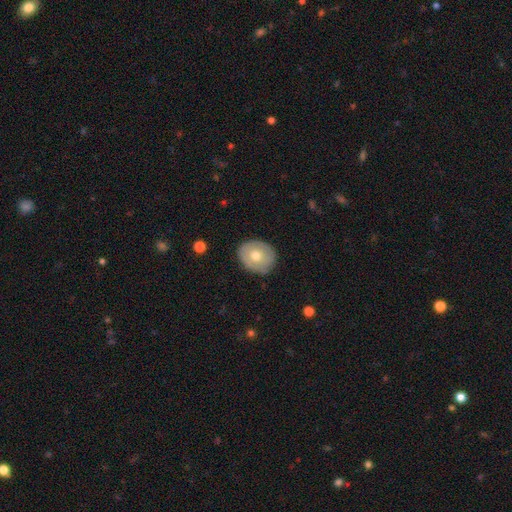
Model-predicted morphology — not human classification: Smooth or featured? Predicted: smooth (p=0.57). How rounded? Predicted: round (p=0.63). Merging? Predicted: none (p=0.83).